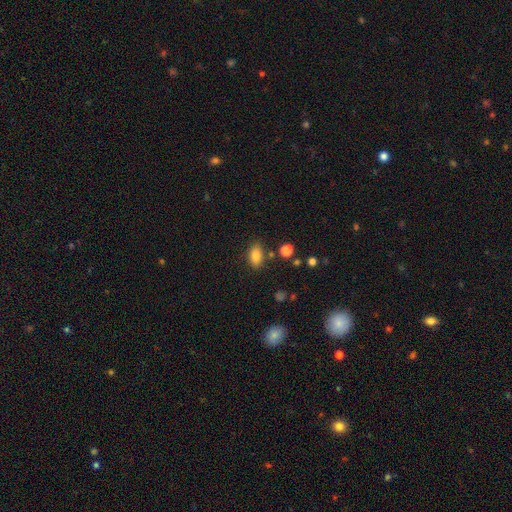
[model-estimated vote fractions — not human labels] smooth_or_featured: smooth (p=0.83) [alt: star or artifact p=0.10]
how_rounded: in between (p=0.87) [alt: round p=0.10]
merging: none (p=0.80) [alt: minor disturbance p=0.12]